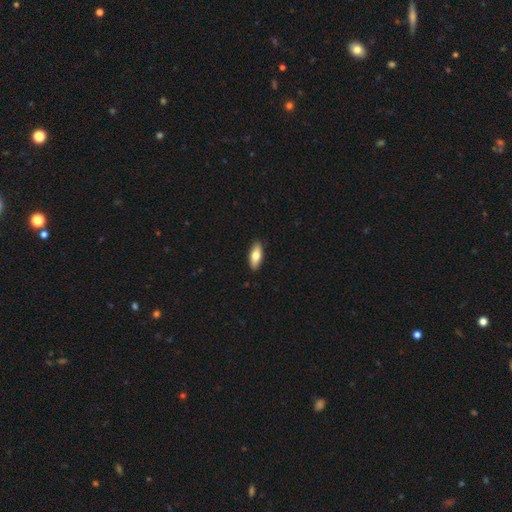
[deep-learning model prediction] Q: Smooth or featured?
A: smooth (73%); runner-up: featured or disk (21%)
Q: How rounded?
A: in between (74%); runner-up: cigar-shaped (24%)
Q: Merging?
A: none (90%); runner-up: minor disturbance (8%)